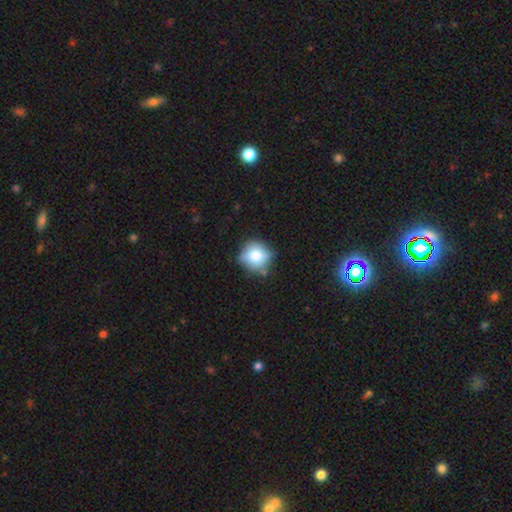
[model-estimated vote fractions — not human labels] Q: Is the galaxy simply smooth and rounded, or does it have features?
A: smooth — 74%.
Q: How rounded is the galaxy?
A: round — 87%.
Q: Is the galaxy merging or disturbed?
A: none — 71%.